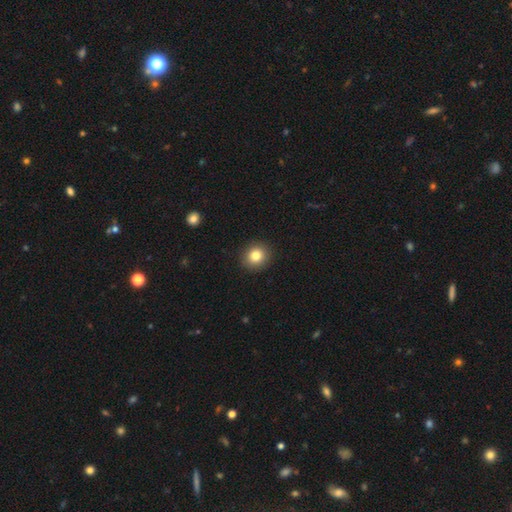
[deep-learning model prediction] Smooth or featured? smooth (82%)
How rounded? round (84%)
Merging? none (91%)